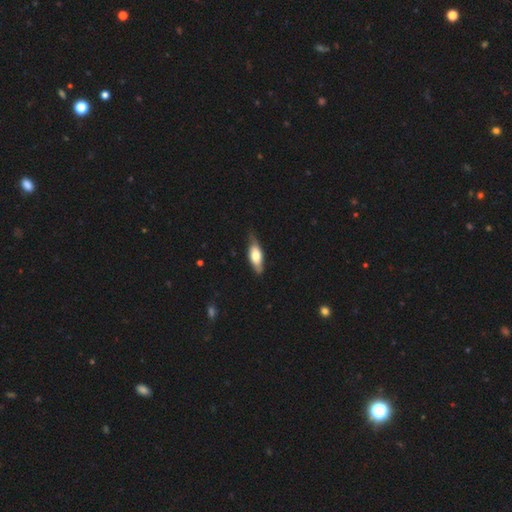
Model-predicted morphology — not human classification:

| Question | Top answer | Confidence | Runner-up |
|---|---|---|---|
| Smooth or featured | smooth | 58% | featured or disk (37%) |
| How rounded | in between | 66% | cigar-shaped (31%) |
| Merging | none | 68% | minor disturbance (26%) |